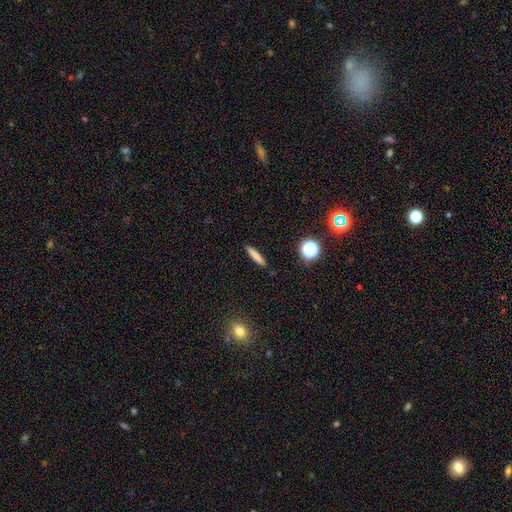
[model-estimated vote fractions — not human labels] Smooth or featured? smooth (77%)
How rounded? cigar-shaped (90%)
Merging? none (90%)